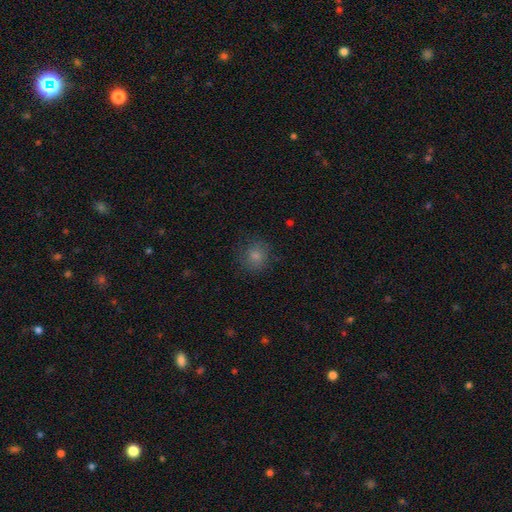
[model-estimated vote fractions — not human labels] A smooth galaxy with no disk features (80%) that is round (86%).

Vote fractions:
- Smooth or featured? smooth: 80% / star or artifact: 10% / featured or disk: 9%
- How rounded? round: 86% / in between: 13% / cigar-shaped: 1%
- Merging? none: 79% / minor disturbance: 14% / major disturbance: 6% / merger: 1%